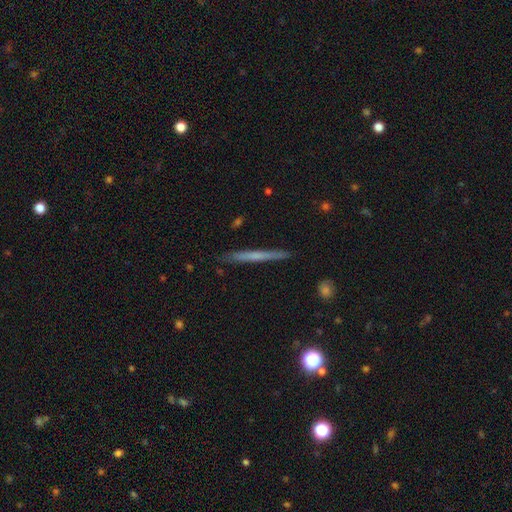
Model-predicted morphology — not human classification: Smooth or featured? smooth (48%)
Merging? none (90%)